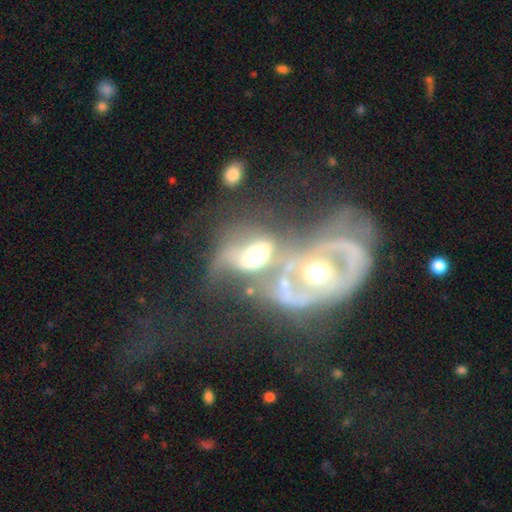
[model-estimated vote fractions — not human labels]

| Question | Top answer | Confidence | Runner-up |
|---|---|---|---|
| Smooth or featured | featured or disk | 55% | smooth (31%) |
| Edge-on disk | no | 93% | yes (7%) |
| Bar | no | 65% | weak (21%) |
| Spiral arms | no | 52% | yes (48%) |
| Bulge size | moderate | 48% | large (31%) |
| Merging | merger | 69% | major disturbance (17%) |